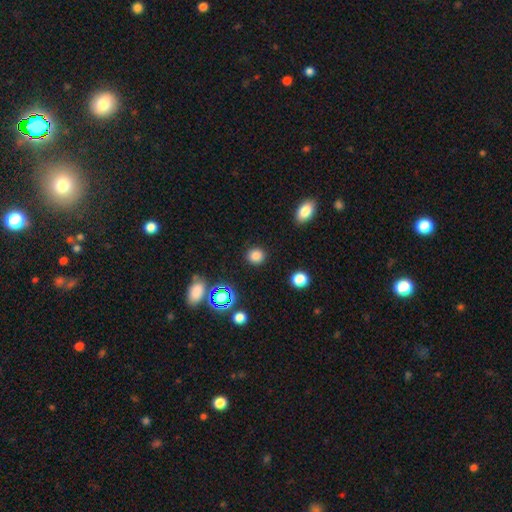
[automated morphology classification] Q: Smooth or featured?
A: smooth (82%); runner-up: star or artifact (13%)
Q: How rounded?
A: round (86%); runner-up: in between (13%)
Q: Merging?
A: none (89%); runner-up: minor disturbance (6%)